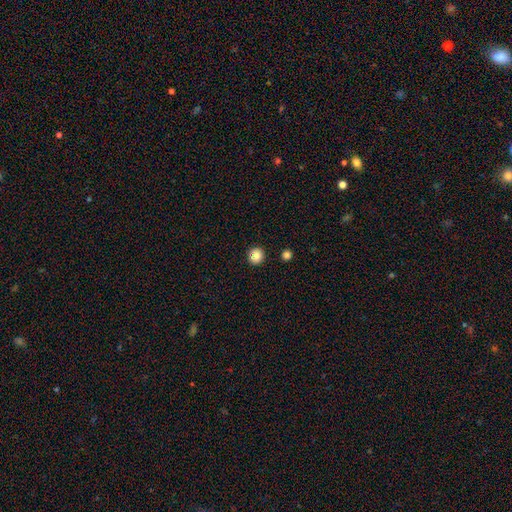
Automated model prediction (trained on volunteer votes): A smooth galaxy with no disk features (85%) that is round (94%).

Vote fractions:
- Smooth or featured? smooth: 85% / star or artifact: 10% / featured or disk: 5%
- How rounded? round: 94% / in between: 5% / cigar-shaped: 1%
- Merging? none: 91% / minor disturbance: 5% / merger: 2% / major disturbance: 2%